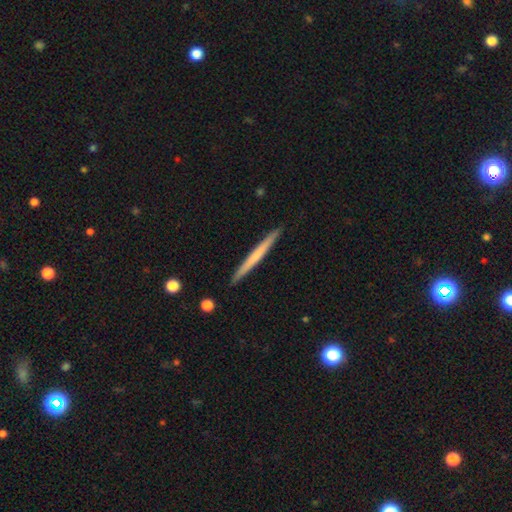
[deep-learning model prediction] Q: Smooth or featured?
A: smooth (54%); runner-up: featured or disk (41%)
Q: How rounded?
A: cigar-shaped (97%); runner-up: in between (2%)
Q: Merging?
A: none (92%); runner-up: minor disturbance (6%)